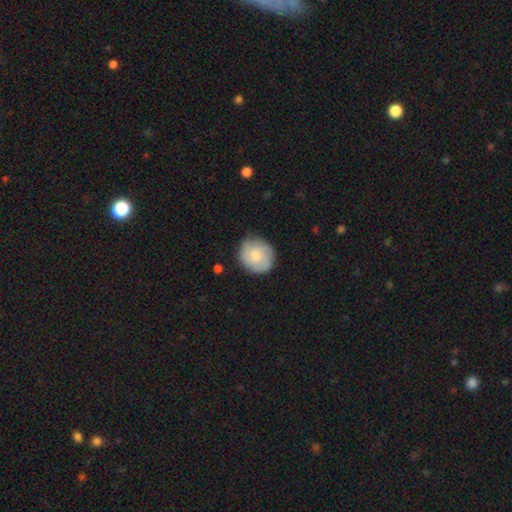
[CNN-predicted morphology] A smooth galaxy with no disk features (64%) that is round (87%).

Vote fractions:
- Smooth or featured? smooth: 64% / featured or disk: 30% / star or artifact: 6%
- How rounded? round: 87% / in between: 12% / cigar-shaped: 1%
- Merging? none: 79% / minor disturbance: 16% / major disturbance: 3% / merger: 1%